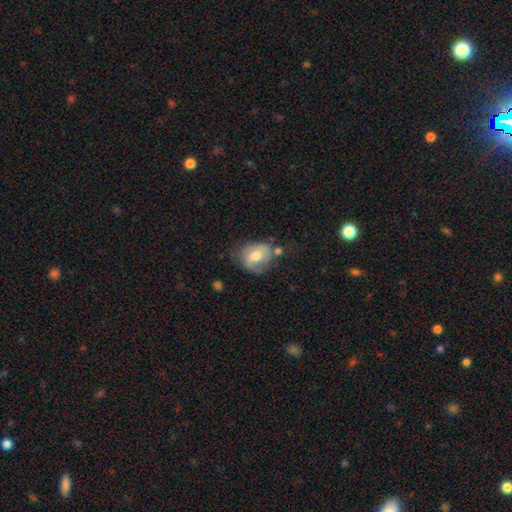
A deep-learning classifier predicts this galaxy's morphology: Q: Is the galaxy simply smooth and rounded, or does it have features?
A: smooth — 49%.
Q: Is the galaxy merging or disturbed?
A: none — 50%.